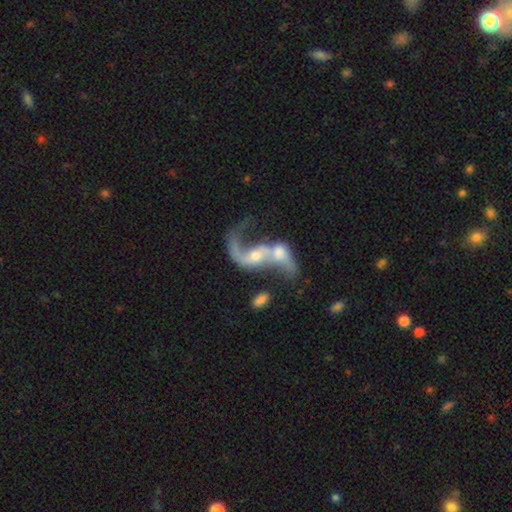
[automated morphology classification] Smooth or featured?
  - featured or disk: 77% *
  - smooth: 16%
  - star or artifact: 7%
Edge-on disk?
  - no: 95% *
  - yes: 5%
Bar?
  - no: 50% *
  - weak: 35%
  - strong: 15%
Spiral arms?
  - yes: 80% *
  - no: 20%
Spiral winding?
  - loose: 87% *
  - medium: 10%
  - tight: 2%
Spiral arm count?
  - 2: 66% *
  - 1: 26%
  - can't tell: 5%
  - 3: 1%
  - 4: 1%
  - more than 4: 1%
Bulge size?
  - moderate: 47% *
  - small: 37%
  - none: 8%
  - large: 7%
  - dominant: 2%
Merging?
  - merger: 65% *
  - major disturbance: 15%
  - none: 14%
  - minor disturbance: 6%